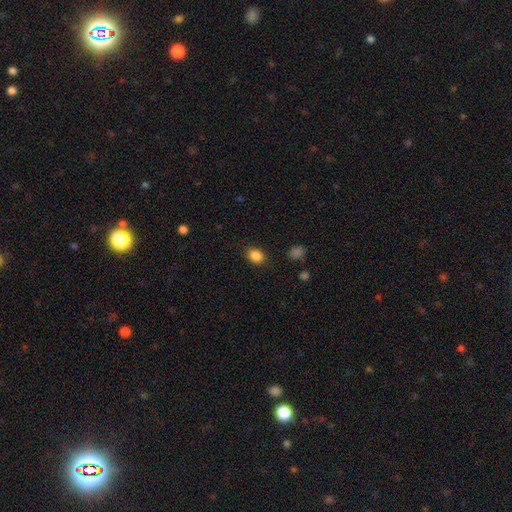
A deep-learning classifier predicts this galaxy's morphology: This appears to be a smooth galaxy with no disk features (86%) that is in between round and cigar-shaped (60%). Merging: none (87%).